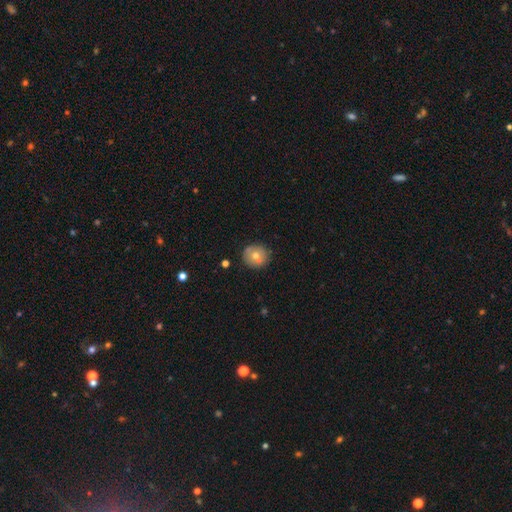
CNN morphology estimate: A smooth galaxy with no disk features (68%) that is round (94%).

Vote fractions:
- Smooth or featured? smooth: 68% / featured or disk: 23% / star or artifact: 10%
- How rounded? round: 94% / in between: 5% / cigar-shaped: 1%
- Merging? none: 87% / minor disturbance: 9% / major disturbance: 2% / merger: 2%